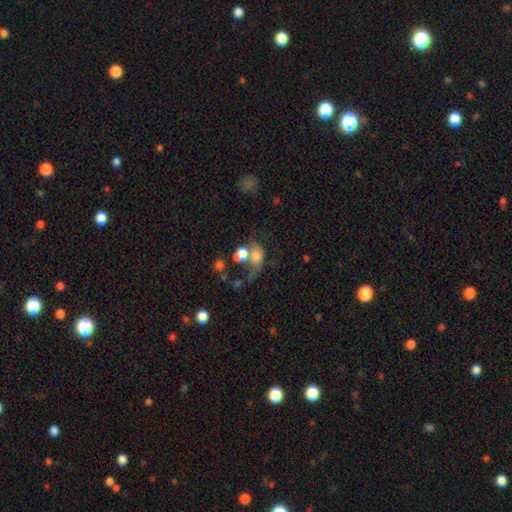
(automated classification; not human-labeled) Smooth or featured?
  - smooth: 65% *
  - featured or disk: 23%
  - star or artifact: 12%
How rounded?
  - in between: 63% *
  - round: 35%
  - cigar-shaped: 2%
Merging?
  - merger: 45% *
  - major disturbance: 24%
  - none: 20%
  - minor disturbance: 12%